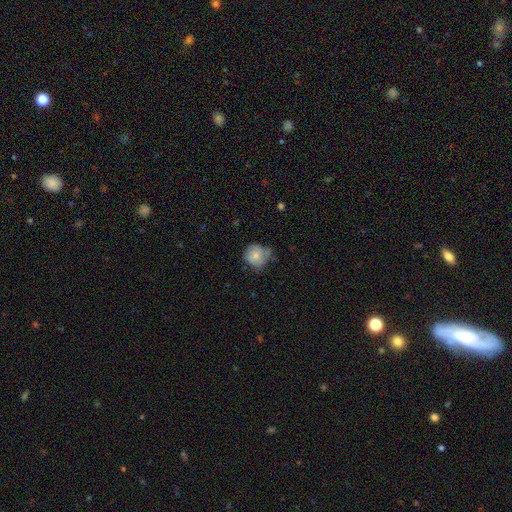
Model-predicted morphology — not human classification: Smooth or featured? Predicted: smooth (p=0.65). How rounded? Predicted: round (p=0.81). Merging? Predicted: none (p=0.50).